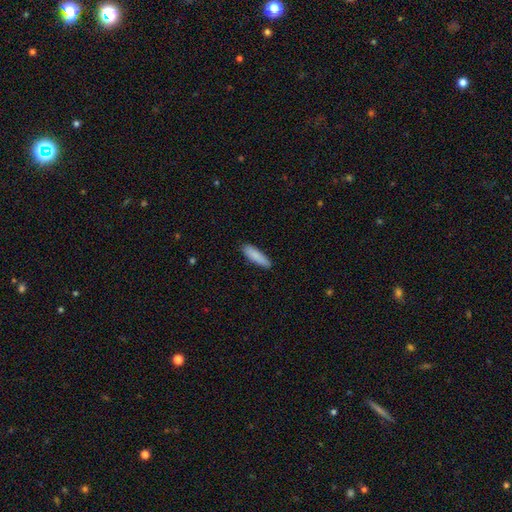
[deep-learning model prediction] smooth-or-featured: smooth: 87% | featured or disk: 8% | star or artifact: 6%
  how-rounded: cigar-shaped: 69% | in between: 30% | round: 1%
  merging: none: 86% | minor disturbance: 11% | major disturbance: 2% | merger: 1%